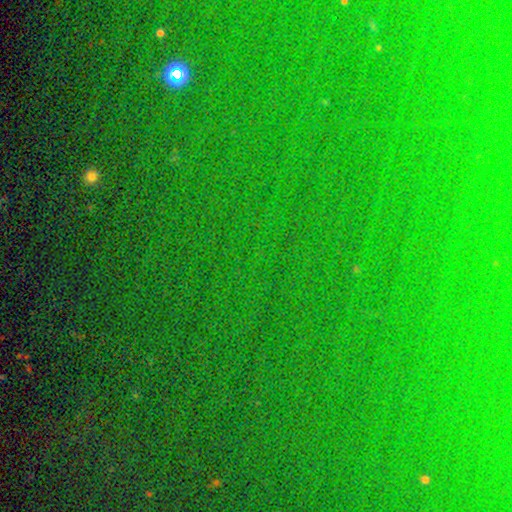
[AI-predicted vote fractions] star or artifact 82%, smooth 10%, featured or disk 8%.